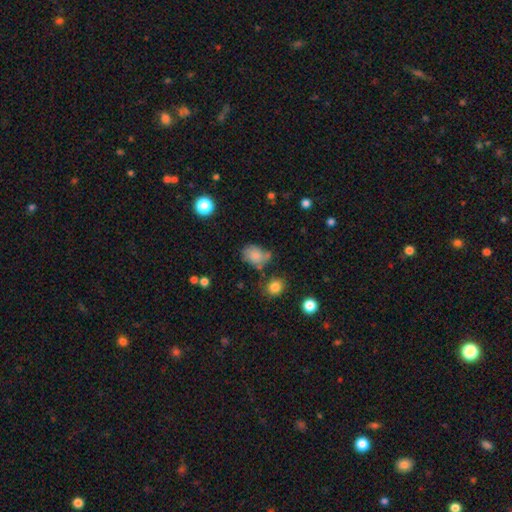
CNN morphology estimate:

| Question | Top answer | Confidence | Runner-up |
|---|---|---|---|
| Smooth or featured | smooth | 77% | featured or disk (13%) |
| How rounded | in between | 66% | round (32%) |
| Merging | none | 50% | minor disturbance (27%) |